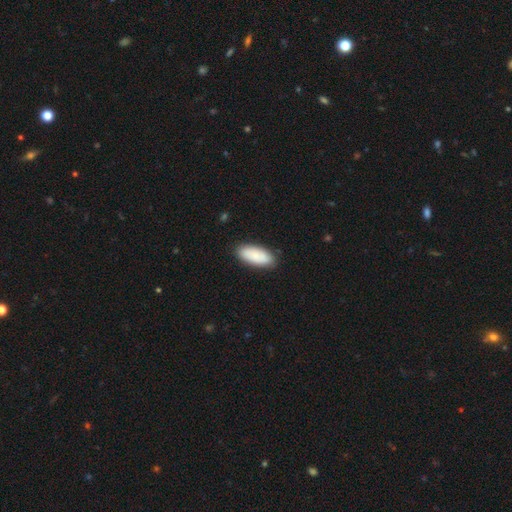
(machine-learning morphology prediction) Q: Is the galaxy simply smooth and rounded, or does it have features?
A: smooth — 86%.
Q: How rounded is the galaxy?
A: in between — 86%.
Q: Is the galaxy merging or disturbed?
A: none — 87%.